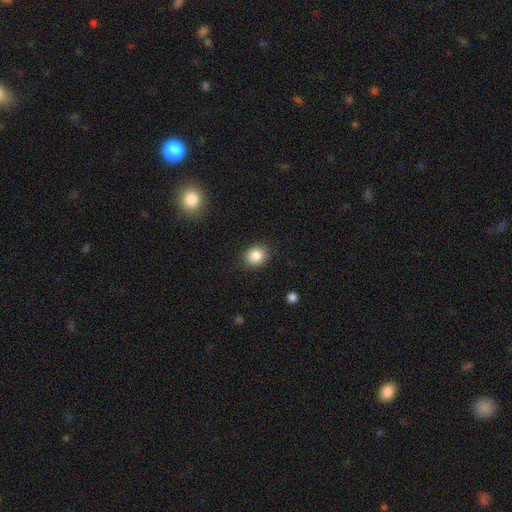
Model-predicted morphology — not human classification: A smooth galaxy with no disk features (85%) that is round (66%).

Vote fractions:
- Smooth or featured? smooth: 85% / star or artifact: 10% / featured or disk: 6%
- How rounded? round: 66% / in between: 33% / cigar-shaped: 1%
- Merging? none: 89% / minor disturbance: 7% / major disturbance: 2% / merger: 1%